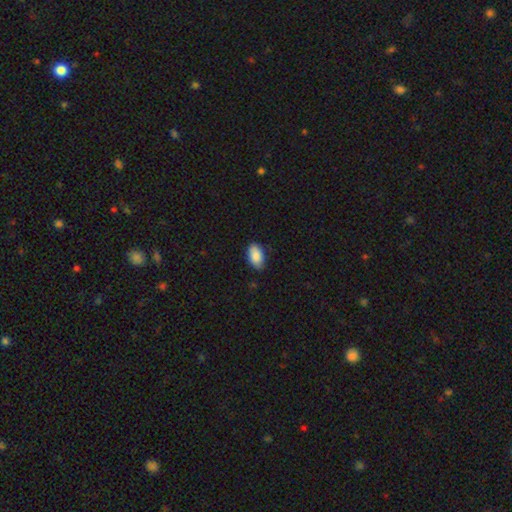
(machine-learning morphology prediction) Overall: smooth (88%). How rounded: in between (94%). Merging: none (82%).